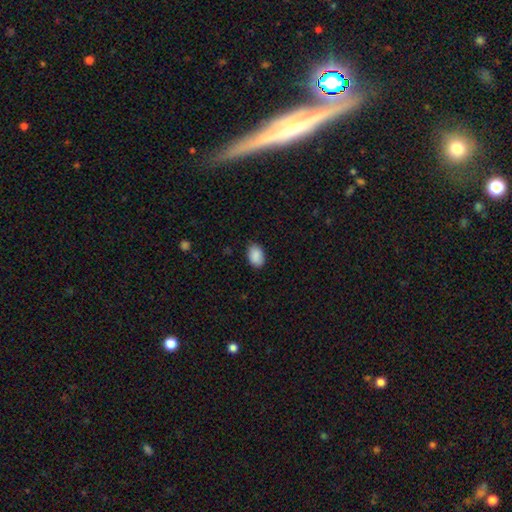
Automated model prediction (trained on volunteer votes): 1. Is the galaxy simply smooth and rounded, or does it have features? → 90% smooth, 7% star or artifact, 3% featured or disk.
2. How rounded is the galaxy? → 88% in between, 11% round, 1% cigar-shaped.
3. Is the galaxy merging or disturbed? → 86% none, 11% minor disturbance, 2% major disturbance, 1% merger.